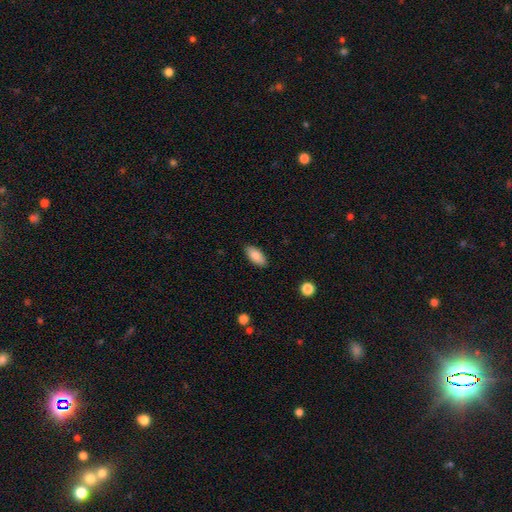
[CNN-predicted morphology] smooth-or-featured: smooth: 86% | featured or disk: 8% | star or artifact: 7%
  how-rounded: in between: 90% | cigar-shaped: 8% | round: 2%
  merging: none: 87% | minor disturbance: 10% | major disturbance: 2% | merger: 1%